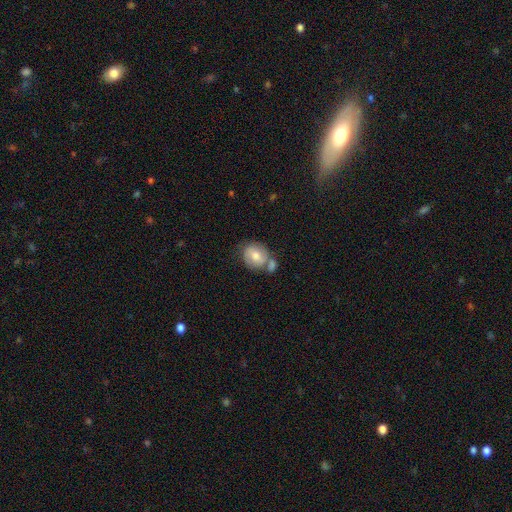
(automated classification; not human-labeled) smooth 63%, featured or disk 29%, star or artifact 7%. Down the decision tree: how rounded — round (63%); merging — none (45%).